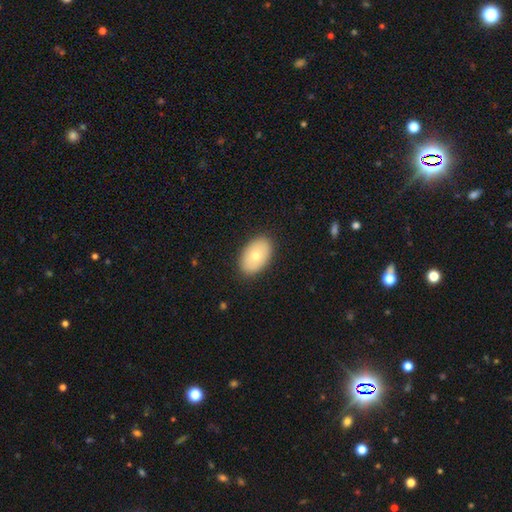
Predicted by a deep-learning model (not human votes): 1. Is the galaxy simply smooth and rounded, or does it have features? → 72% smooth, 21% featured or disk, 7% star or artifact.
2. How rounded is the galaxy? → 90% in between, 9% round, 1% cigar-shaped.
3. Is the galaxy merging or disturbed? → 88% none, 9% minor disturbance, 2% major disturbance, 1% merger.